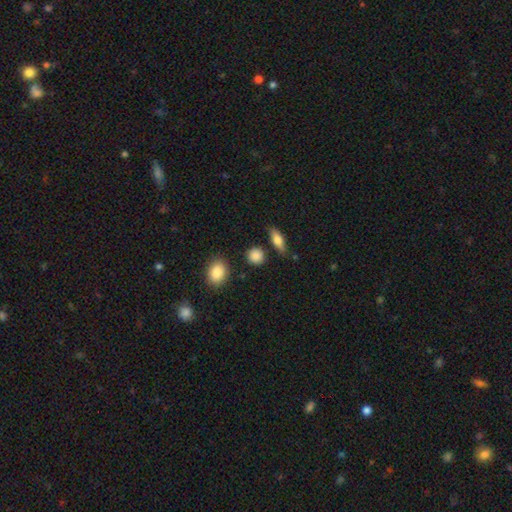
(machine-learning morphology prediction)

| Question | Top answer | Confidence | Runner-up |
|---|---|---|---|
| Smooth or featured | smooth | 85% | star or artifact (9%) |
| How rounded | round | 81% | in between (16%) |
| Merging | none | 83% | minor disturbance (10%) |